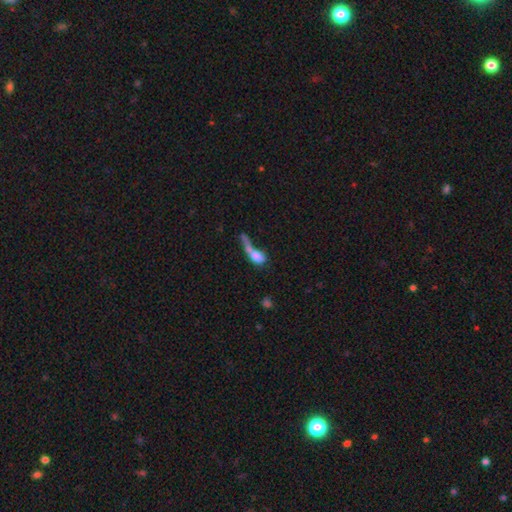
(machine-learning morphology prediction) smooth_or_featured: smooth (p=0.65) [alt: featured or disk p=0.25]
how_rounded: in between (p=0.60) [alt: cigar-shaped p=0.22]
merging: merger (p=0.45) [alt: major disturbance p=0.27]